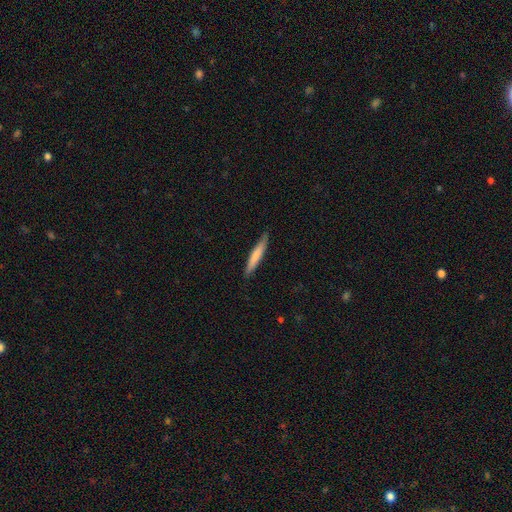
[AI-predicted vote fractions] smooth-or-featured: smooth: 71% | featured or disk: 24% | star or artifact: 5%
  how-rounded: cigar-shaped: 93% | in between: 5% | round: 1%
  merging: none: 87% | minor disturbance: 10% | major disturbance: 2% | merger: 1%